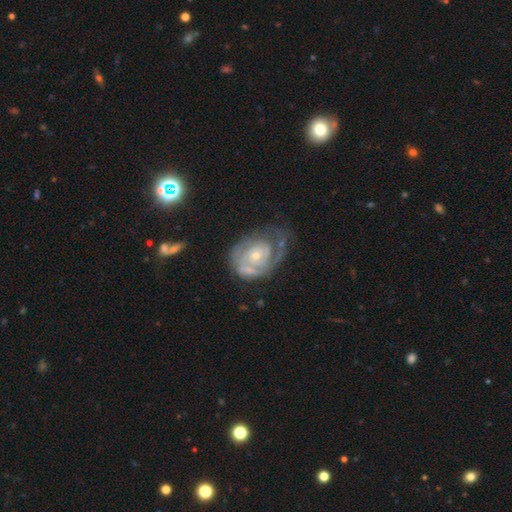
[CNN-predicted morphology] Overall: featured or disk (81%). Edge-on disk: no (97%). Bar: no (75%). Spiral arms: yes (86%). Spiral arm count: can't tell (35%; 2 30%). Spiral winding: tight (64%; medium 27%). Bulge size: small (63%; moderate 32%). Merging: none (47%; minor disturbance 26%).